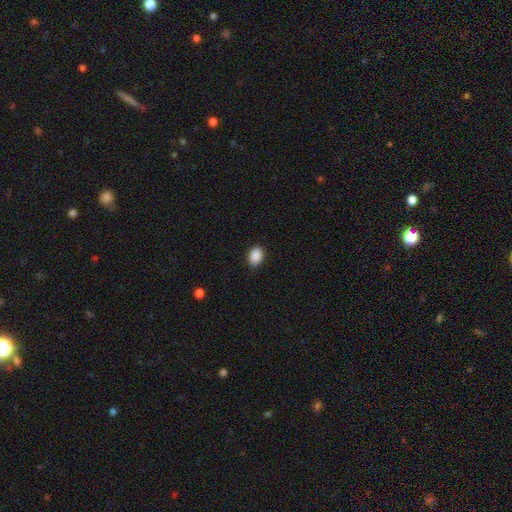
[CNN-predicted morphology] Q: Smooth or featured?
A: smooth (89%); runner-up: star or artifact (8%)
Q: How rounded?
A: in between (71%); runner-up: round (28%)
Q: Merging?
A: none (85%); runner-up: minor disturbance (12%)